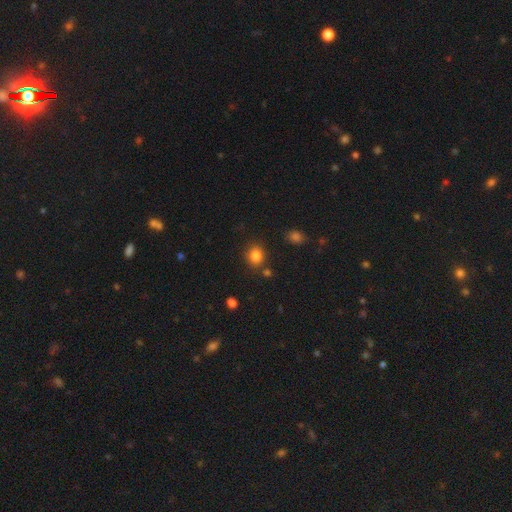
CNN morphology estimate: Smooth or featured: smooth — 83% (star or artifact — 11%)
How rounded: round — 71% (in between — 28%)
Merging: none — 81% (minor disturbance — 10%)